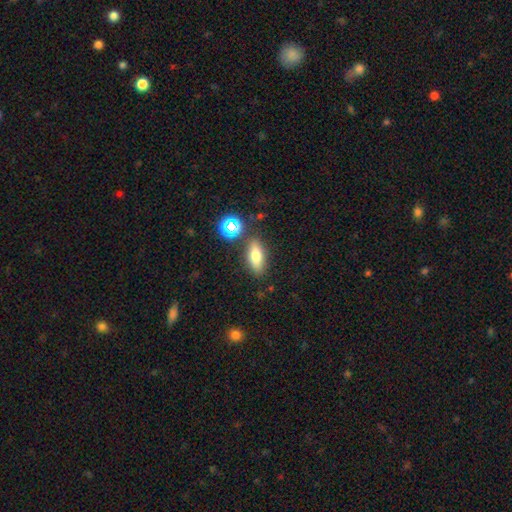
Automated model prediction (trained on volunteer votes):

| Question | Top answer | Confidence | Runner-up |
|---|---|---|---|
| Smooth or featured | smooth | 68% | featured or disk (21%) |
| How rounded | in between | 66% | cigar-shaped (28%) |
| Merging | none | 80% | minor disturbance (11%) |